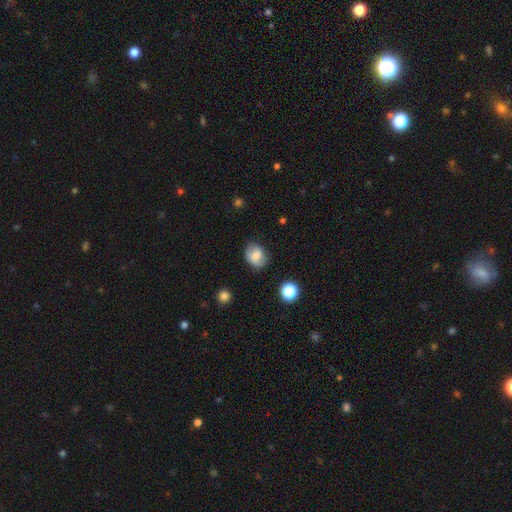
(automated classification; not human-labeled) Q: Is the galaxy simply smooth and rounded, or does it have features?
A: smooth — 68%.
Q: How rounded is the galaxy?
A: in between — 64%.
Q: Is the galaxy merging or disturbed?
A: none — 73%.